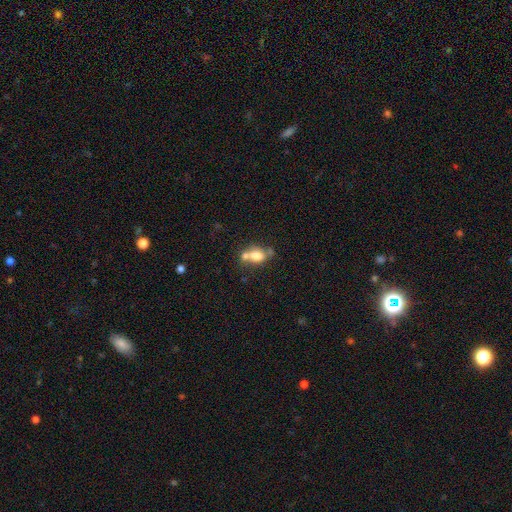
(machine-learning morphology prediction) This appears to be a smooth galaxy with no disk features (68%) that is in between round and cigar-shaped (67%). Merging: merger (51%).